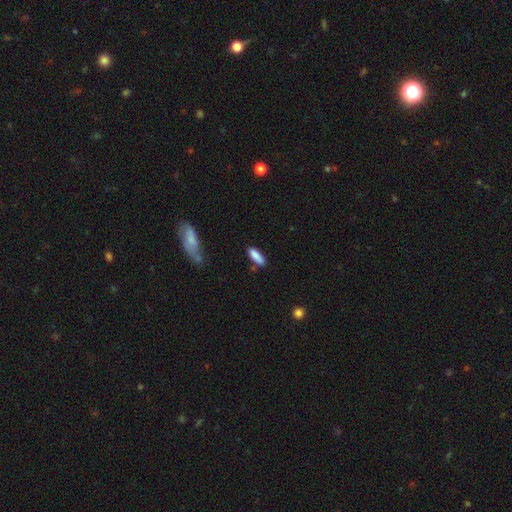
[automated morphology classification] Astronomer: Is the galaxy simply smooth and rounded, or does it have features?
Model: smooth — 86%.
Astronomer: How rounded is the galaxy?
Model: in between — 55% (runner-up: cigar-shaped, 43%).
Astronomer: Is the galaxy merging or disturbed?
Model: none — 72%.